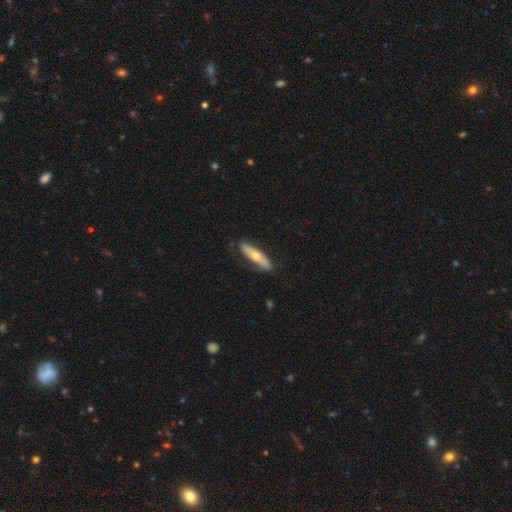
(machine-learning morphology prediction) A smooth galaxy with no disk features (50%) that is cigar-shaped (67%). Merging: none (74%).